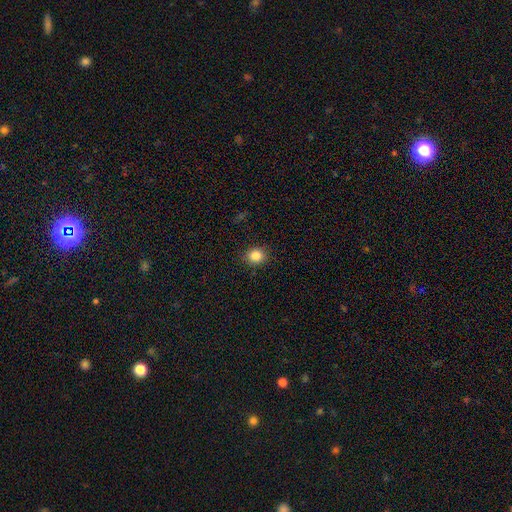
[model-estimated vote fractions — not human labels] Smooth or featured: smooth — 85% (star or artifact — 10%)
How rounded: round — 77% (in between — 22%)
Merging: none — 89% (minor disturbance — 8%)